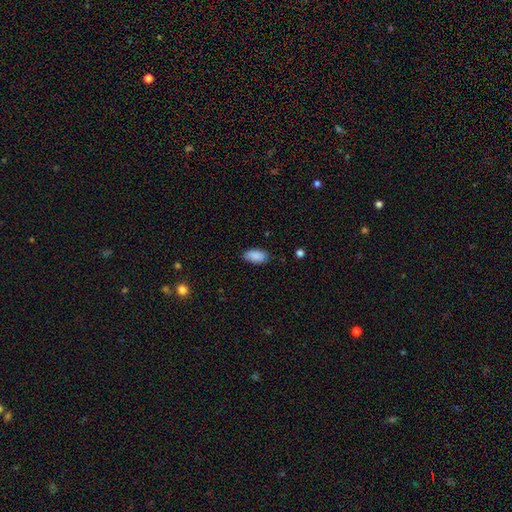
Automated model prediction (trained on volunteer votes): A smooth galaxy with no disk features (89%) that is in between round and cigar-shaped (94%). Merging: none (78%).